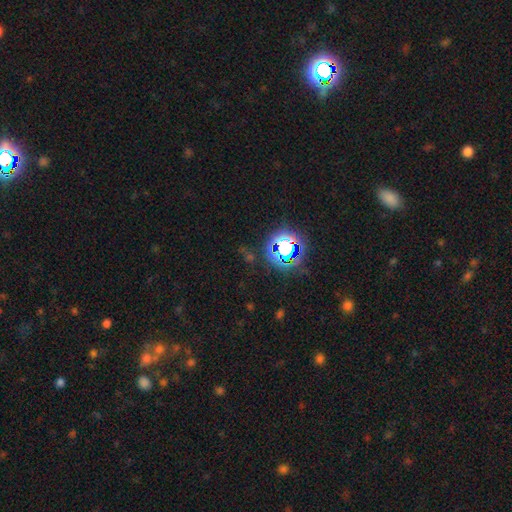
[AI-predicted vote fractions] The model was most divided on "smooth or featured": star or artifact: 76%, smooth: 16%, featured or disk: 8%.